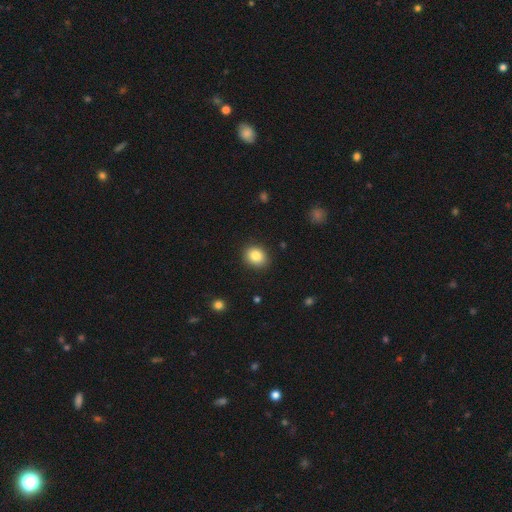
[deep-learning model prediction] This is clearly a smooth galaxy (85%). How rounded: possibly round (58%). Merging: clearly none (88%).